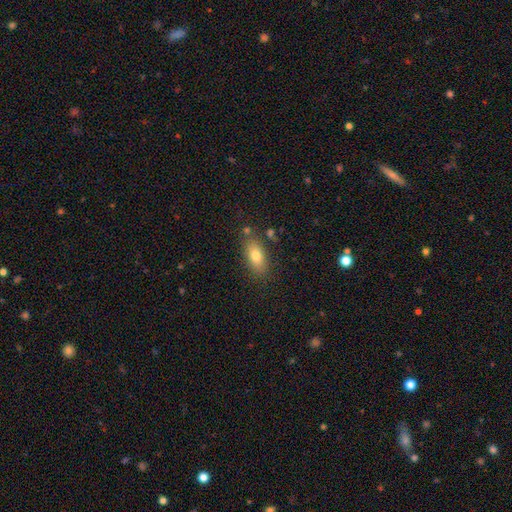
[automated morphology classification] Smooth or featured? smooth (77%)
How rounded? in between (85%)
Merging? none (78%)